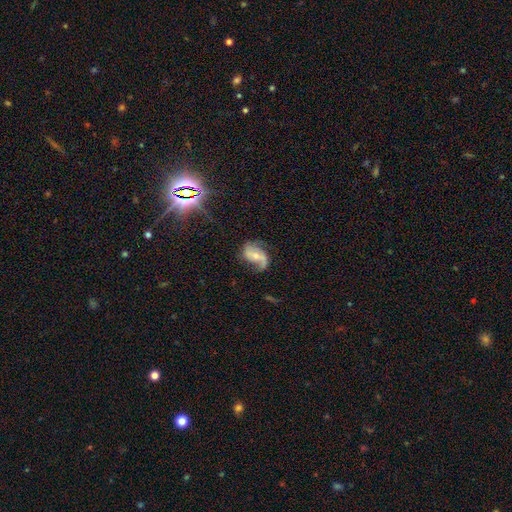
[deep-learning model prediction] Smooth or featured? featured or disk (76%)
Edge-on disk? no (97%)
Bar? no (48%)
Spiral arms? yes (92%)
Spiral winding? loose (56%)
Spiral arm count? 2 (79%)
Bulge size? small (49%)
Merging? none (57%)